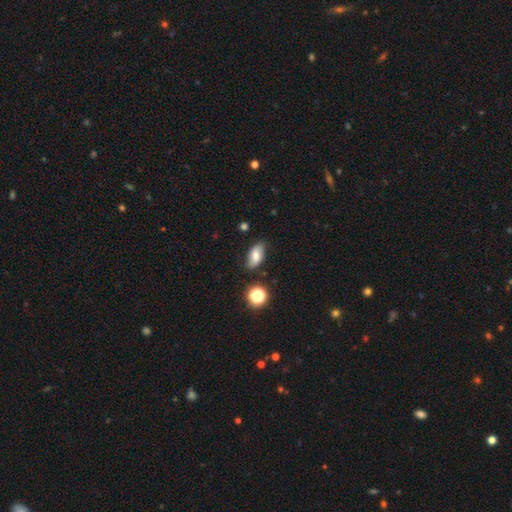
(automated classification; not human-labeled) Morphology: type=smooth (69%); roundness=in between (88%); merging=none (79%).